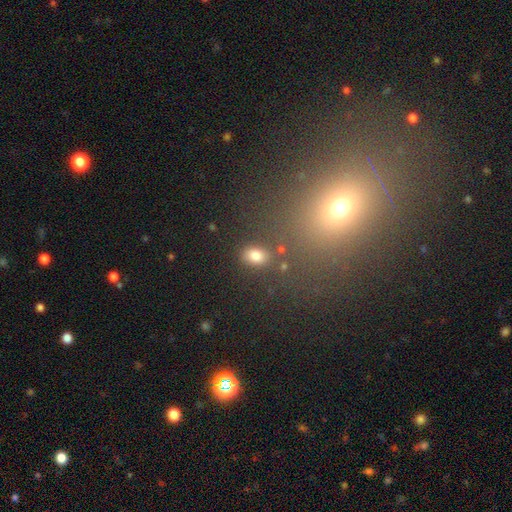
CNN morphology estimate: Smooth or featured? smooth (78%)
How rounded? in between (80%)
Merging? none (79%)